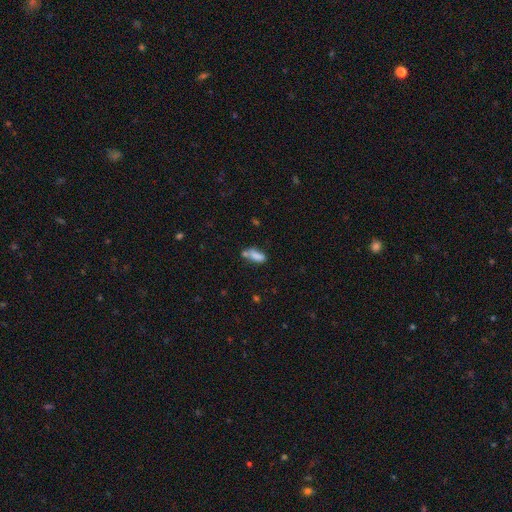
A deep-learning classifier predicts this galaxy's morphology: Smooth or featured? Predicted: smooth (p=0.77). How rounded? Predicted: in between (p=0.77). Merging? Predicted: none (p=0.39).